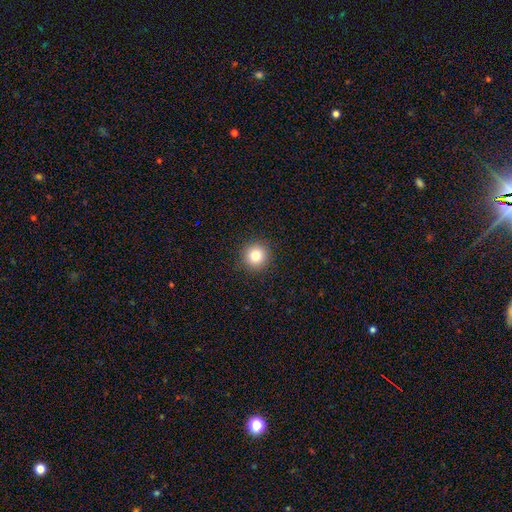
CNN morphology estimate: type=smooth (82%); roundness=round (95%); merging=none (92%).